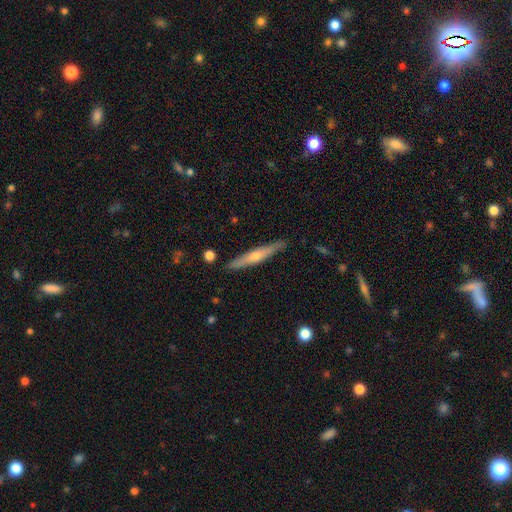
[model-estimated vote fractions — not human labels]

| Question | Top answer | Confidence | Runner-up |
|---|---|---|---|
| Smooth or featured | featured or disk | 59% | smooth (35%) |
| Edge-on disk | yes | 95% | no (5%) |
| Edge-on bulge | rounded | 78% | none (18%) |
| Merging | none | 88% | minor disturbance (9%) |